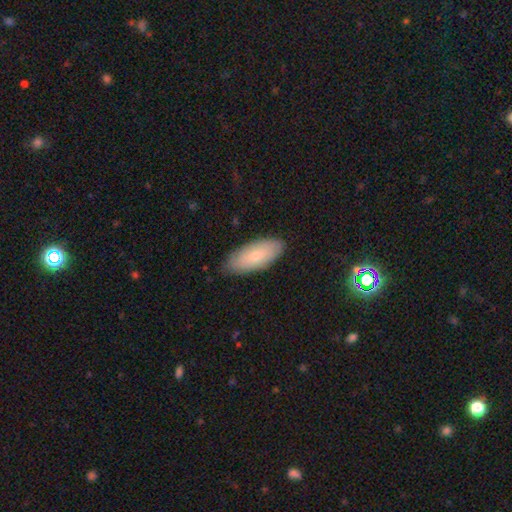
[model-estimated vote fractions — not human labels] Smooth or featured: smooth — 70% (featured or disk — 24%)
How rounded: in between — 86% (cigar-shaped — 11%)
Merging: none — 83% (minor disturbance — 13%)